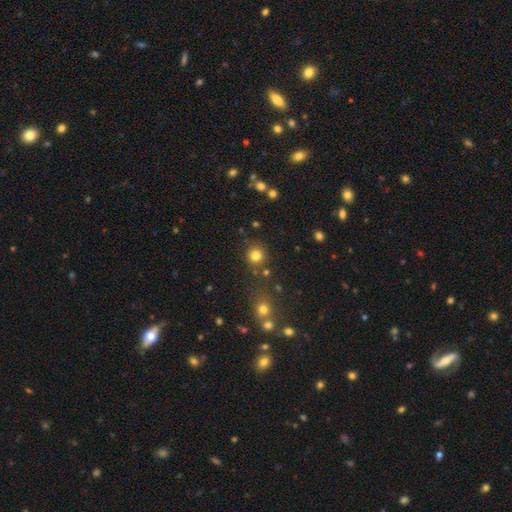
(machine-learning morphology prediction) smooth_or_featured: smooth (p=0.81) [alt: star or artifact p=0.14]
how_rounded: round (p=0.93) [alt: in between p=0.06]
merging: none (p=0.82) [alt: minor disturbance p=0.08]